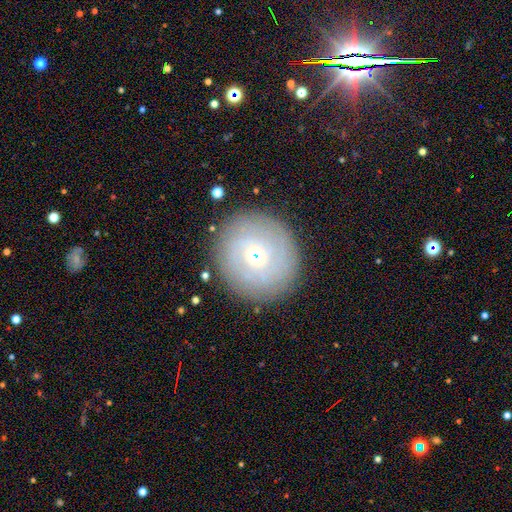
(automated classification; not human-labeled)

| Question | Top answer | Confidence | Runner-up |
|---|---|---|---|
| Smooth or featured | featured or disk | 45% | smooth (43%) |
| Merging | none | 85% | minor disturbance (9%) |